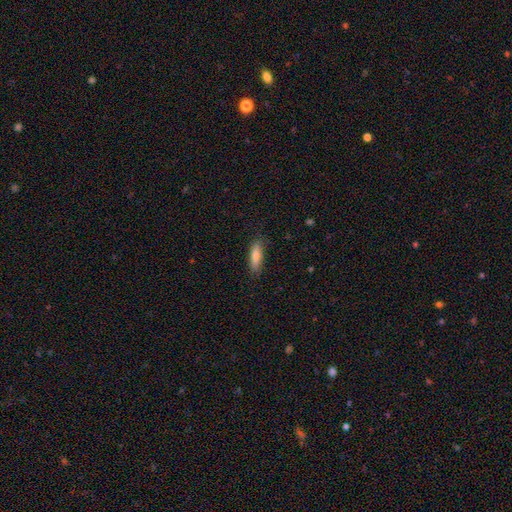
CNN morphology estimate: smooth 81%, featured or disk 13%, star or artifact 6%. Down the decision tree: how rounded — cigar-shaped (62%); merging — none (84%).